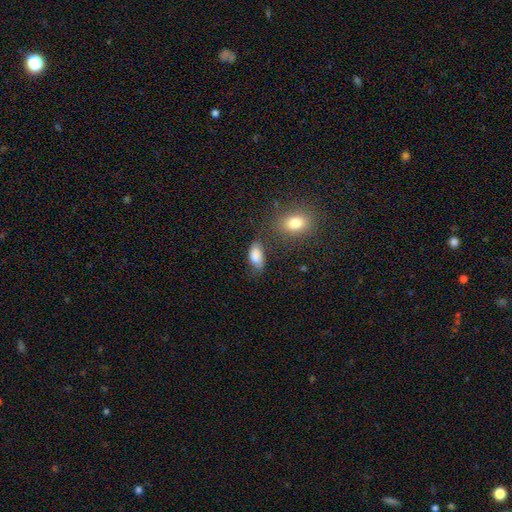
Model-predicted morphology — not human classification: Smooth or featured?
  - smooth: 84% *
  - star or artifact: 8%
  - featured or disk: 8%
How rounded?
  - in between: 91% *
  - cigar-shaped: 5%
  - round: 4%
Merging?
  - none: 61% *
  - minor disturbance: 25%
  - major disturbance: 8%
  - merger: 7%